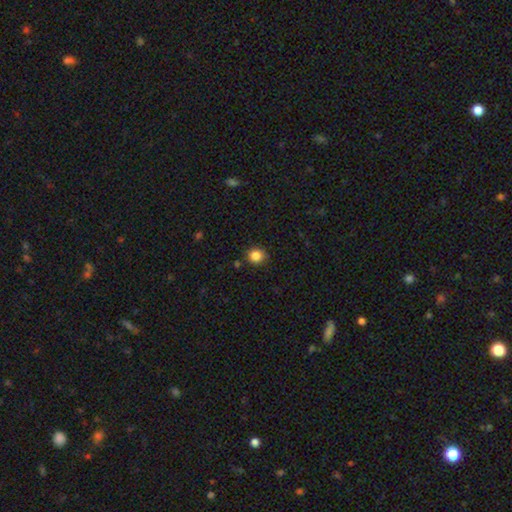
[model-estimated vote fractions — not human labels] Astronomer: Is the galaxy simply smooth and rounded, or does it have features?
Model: smooth — 85%.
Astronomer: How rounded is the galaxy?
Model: round — 85%.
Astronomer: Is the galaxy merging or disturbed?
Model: none — 86%.